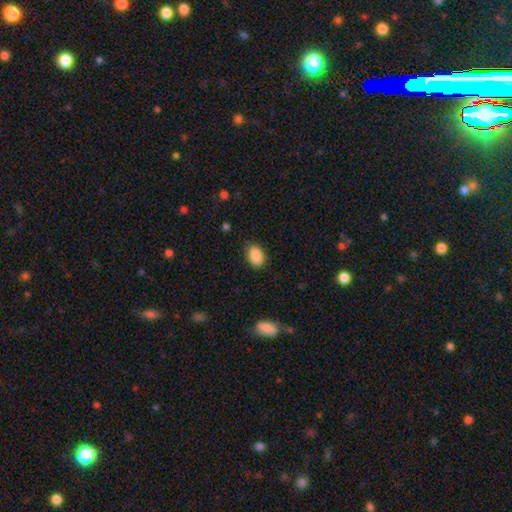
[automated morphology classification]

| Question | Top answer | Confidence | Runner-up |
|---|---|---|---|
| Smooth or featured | smooth | 89% | star or artifact (7%) |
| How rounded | in between | 86% | round (13%) |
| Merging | none | 83% | minor disturbance (13%) |